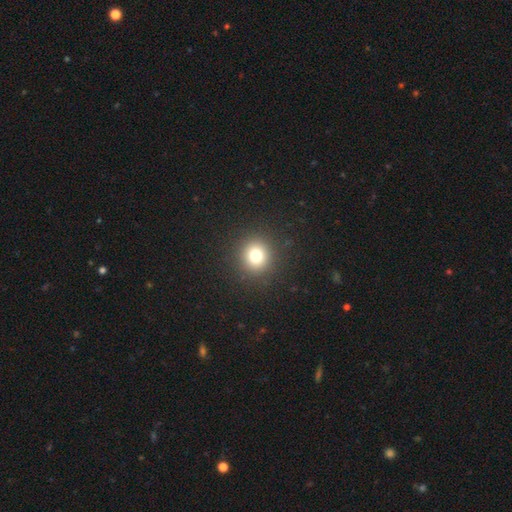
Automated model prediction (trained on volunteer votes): Overall: smooth (77%). How rounded: round (91%). Merging: none (91%).